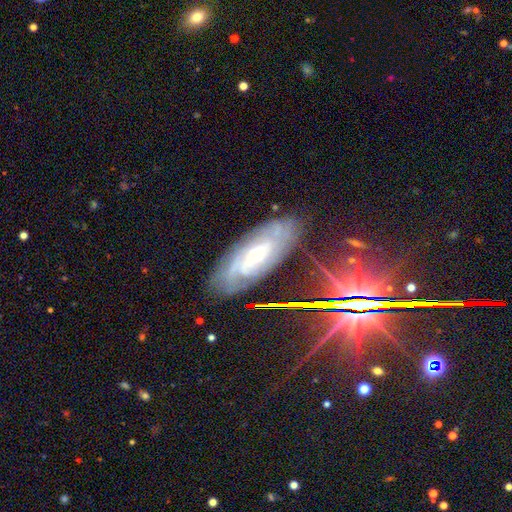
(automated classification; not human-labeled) Smooth or featured?
  - featured or disk: 74% *
  - smooth: 14%
  - star or artifact: 12%
Edge-on disk?
  - no: 85% *
  - yes: 15%
Bar?
  - no: 43% *
  - weak: 39%
  - strong: 18%
Spiral arms?
  - yes: 90% *
  - no: 10%
Spiral winding?
  - tight: 71% *
  - medium: 23%
  - loose: 6%
Spiral arm count?
  - can't tell: 58% *
  - 2: 15%
  - 3: 10%
  - 4: 8%
  - more than 4: 5%
  - 1: 4%
Bulge size?
  - small: 58% *
  - moderate: 38%
  - large: 2%
  - none: 2%
  - dominant: 1%
Merging?
  - none: 79% *
  - minor disturbance: 16%
  - major disturbance: 4%
  - merger: 2%